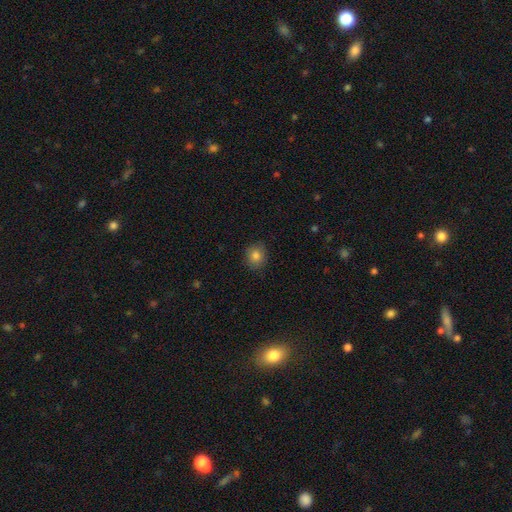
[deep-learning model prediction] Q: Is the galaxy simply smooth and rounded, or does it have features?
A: smooth — 82%.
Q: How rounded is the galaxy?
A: round — 74%.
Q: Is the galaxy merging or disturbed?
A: none — 87%.